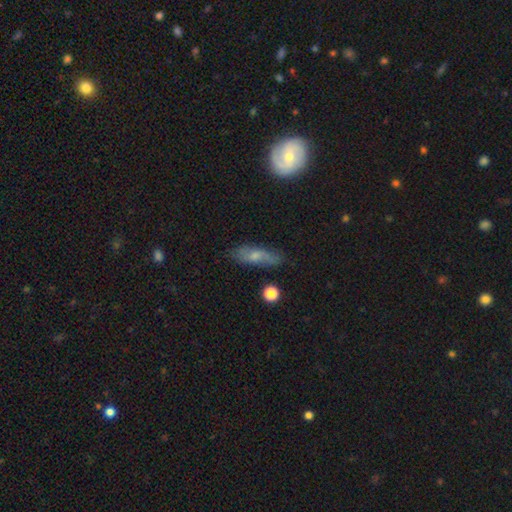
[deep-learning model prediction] Overall: smooth (58%; featured or disk 33%). How rounded: in between (50%; cigar-shaped 45%). Merging: none (74%).